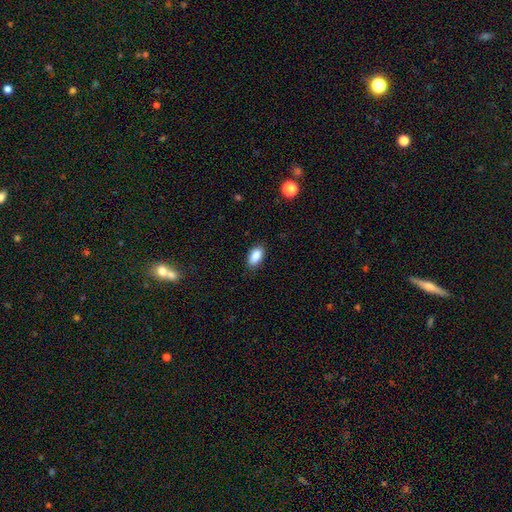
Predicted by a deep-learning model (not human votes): This is clearly a smooth galaxy (88%). How rounded: clearly in between (92%). Merging: clearly none (84%).